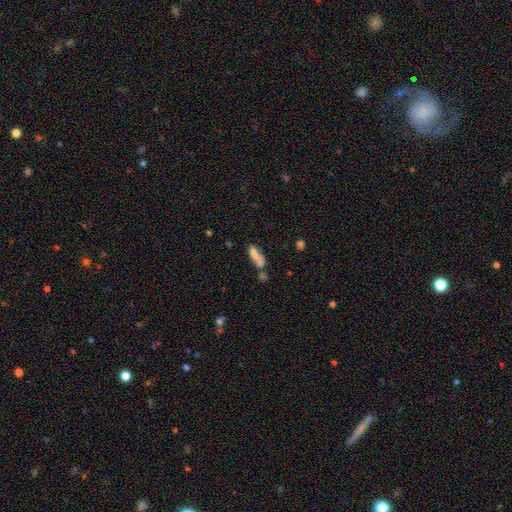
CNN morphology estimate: Smooth or featured? Predicted: smooth (p=0.67). How rounded? Predicted: in between (p=0.57). Merging? Predicted: merger (p=0.46).